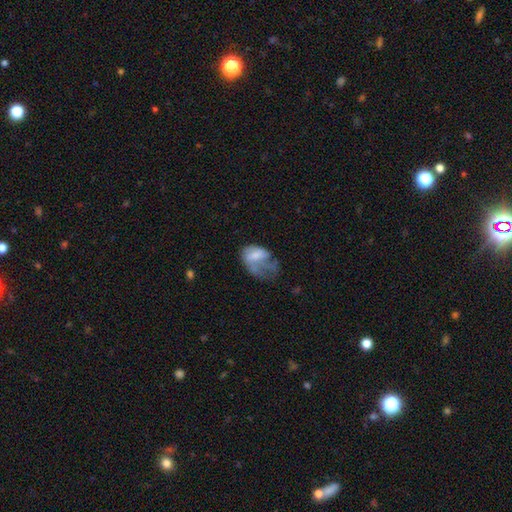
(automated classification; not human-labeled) smooth-or-featured: smooth: 53% | featured or disk: 39% | star or artifact: 8%
  how-rounded: in between: 82% | round: 16% | cigar-shaped: 2%
  merging: major disturbance: 58% | minor disturbance: 22% | none: 15% | merger: 5%